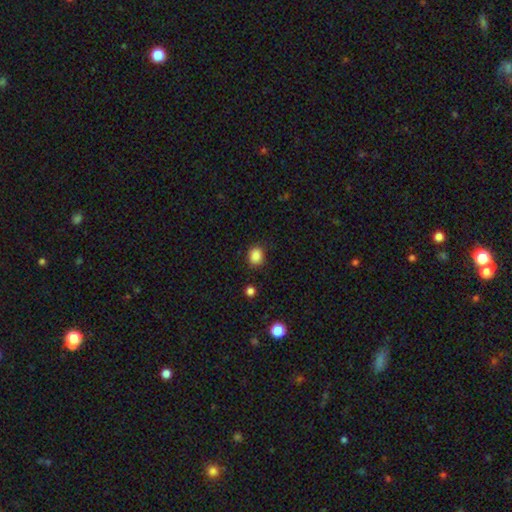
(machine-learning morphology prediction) A smooth galaxy with no disk features (87%) that is round (59%). Merging: none (85%).